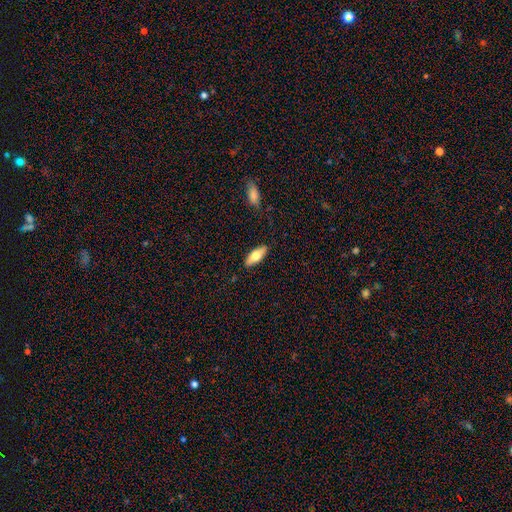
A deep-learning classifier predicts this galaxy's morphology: smooth-or-featured: smooth: 69% | featured or disk: 26% | star or artifact: 6%
  how-rounded: in between: 71% | cigar-shaped: 27% | round: 2%
  merging: none: 87% | minor disturbance: 9% | major disturbance: 2% | merger: 1%